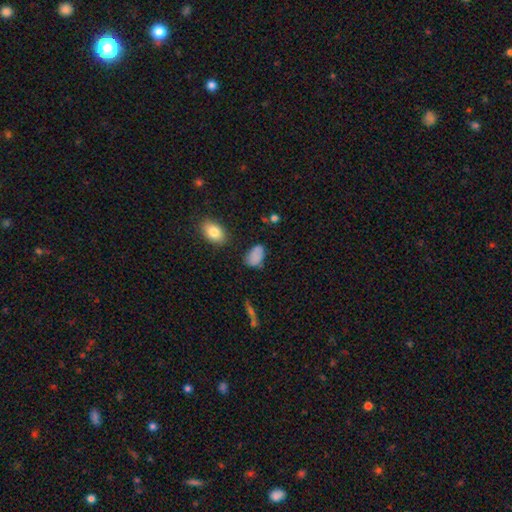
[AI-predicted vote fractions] smooth 80%, star or artifact 11%, featured or disk 9%. Down the decision tree: how rounded — in between (89%); merging — none (63%).